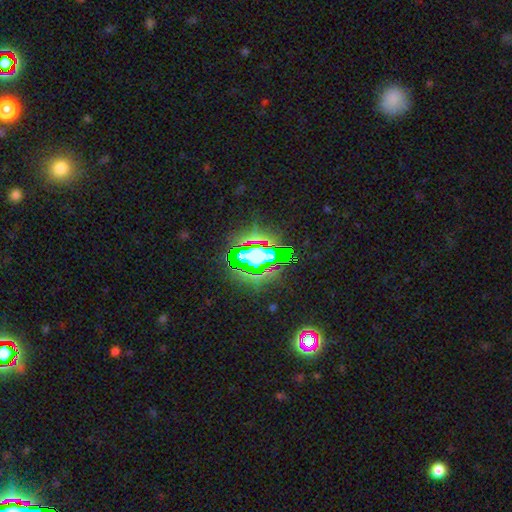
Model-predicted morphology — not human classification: Smooth or featured? star or artifact (65%)